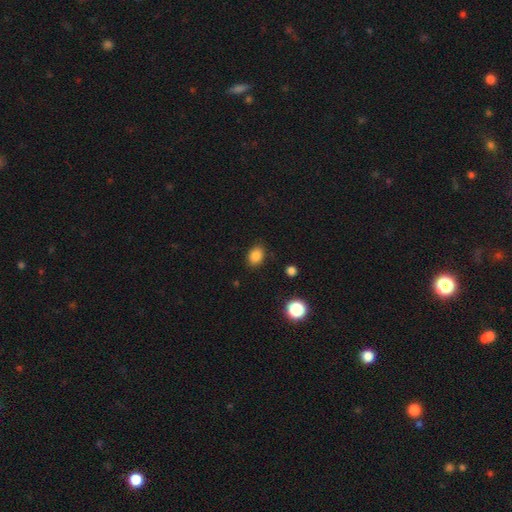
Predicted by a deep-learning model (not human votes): Overall: smooth (84%). How rounded: in between (67%; round 32%). Merging: none (85%).